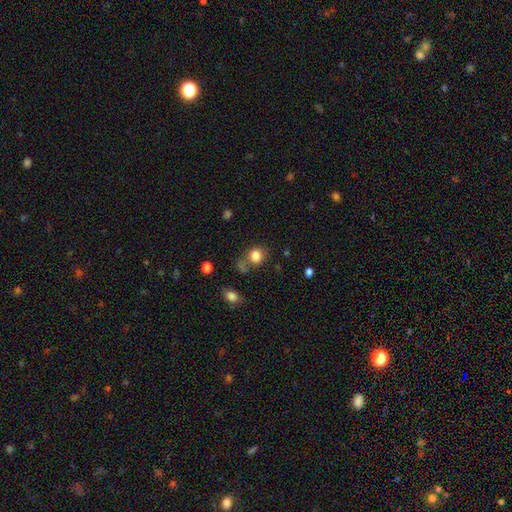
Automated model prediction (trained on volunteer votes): Q: Smooth or featured?
A: smooth (82%); runner-up: star or artifact (11%)
Q: How rounded?
A: round (73%); runner-up: in between (26%)
Q: Merging?
A: none (62%); runner-up: minor disturbance (17%)